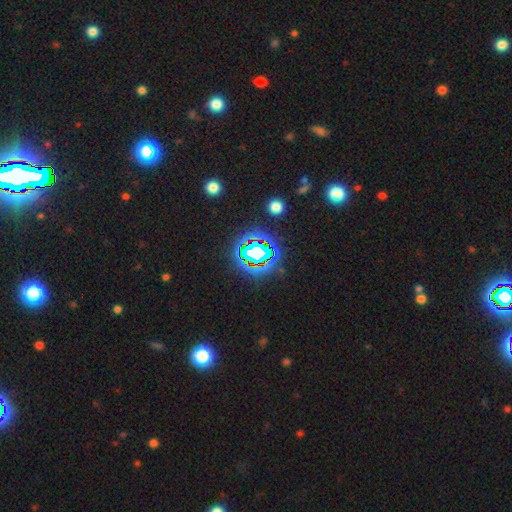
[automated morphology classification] Smooth or featured? star or artifact (75%)